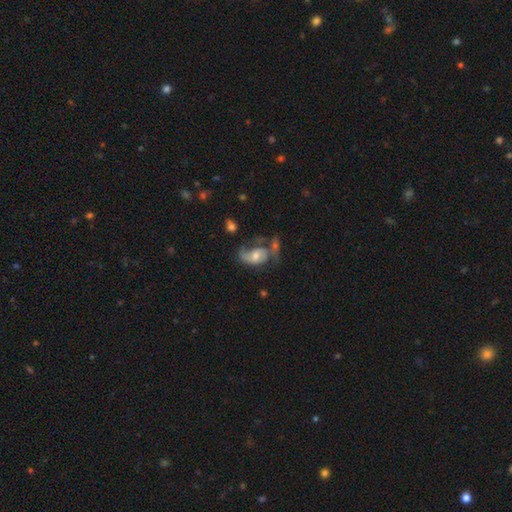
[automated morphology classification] Smooth or featured? Predicted: featured or disk (p=0.66). Edge-on disk? Predicted: no (p=0.97). Bar? Predicted: no (p=0.63). Spiral arms? Predicted: yes (p=0.82). Spiral winding? Predicted: loose (p=0.41). Spiral arm count? Predicted: 2 (p=0.56). Bulge size? Predicted: moderate (p=0.53). Merging? Predicted: major disturbance (p=0.33).